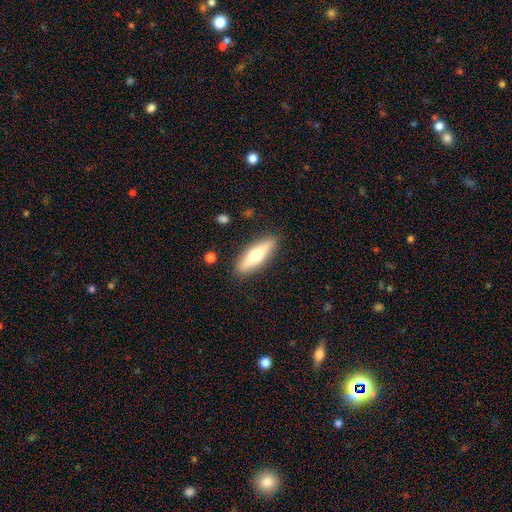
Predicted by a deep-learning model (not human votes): A smooth galaxy with no disk features (51%) that is cigar-shaped (62%). Merging: none (87%).